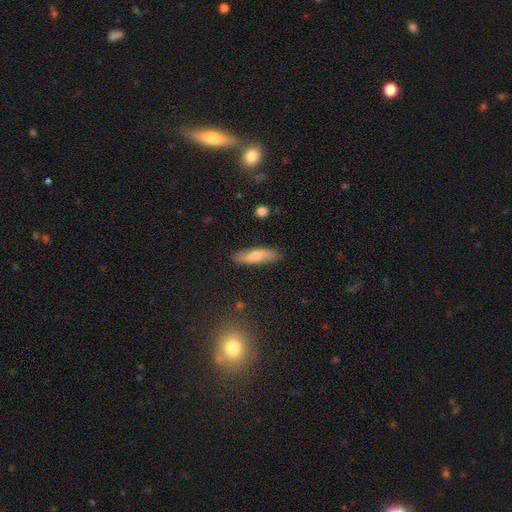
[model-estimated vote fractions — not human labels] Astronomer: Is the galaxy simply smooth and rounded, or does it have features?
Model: smooth — 60%.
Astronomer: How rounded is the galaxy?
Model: cigar-shaped — 67%.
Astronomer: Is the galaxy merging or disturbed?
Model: none — 84%.